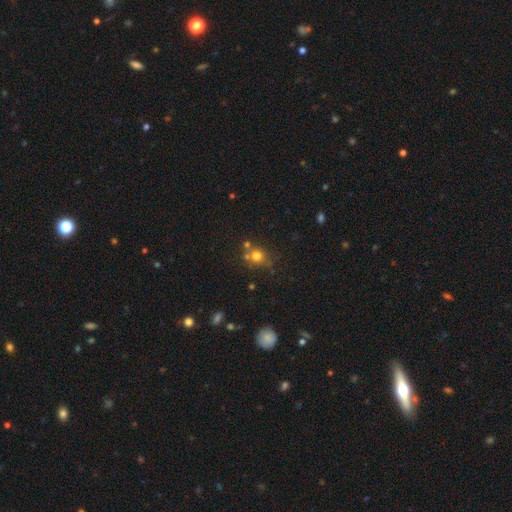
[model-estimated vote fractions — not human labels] smooth-or-featured: smooth: 71% | star or artifact: 17% | featured or disk: 12%
  how-rounded: round: 83% | in between: 16% | cigar-shaped: 1%
  merging: none: 60% | merger: 21% | minor disturbance: 13% | major disturbance: 5%